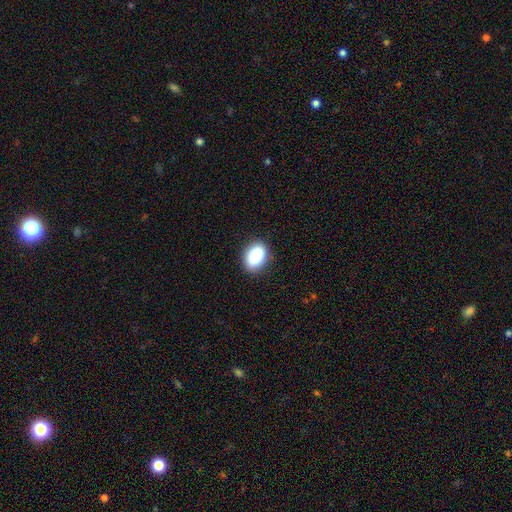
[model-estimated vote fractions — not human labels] smooth_or_featured: smooth (p=0.82) [alt: featured or disk p=0.09]
how_rounded: in between (p=0.80) [alt: round p=0.18]
merging: none (p=0.73) [alt: minor disturbance p=0.15]